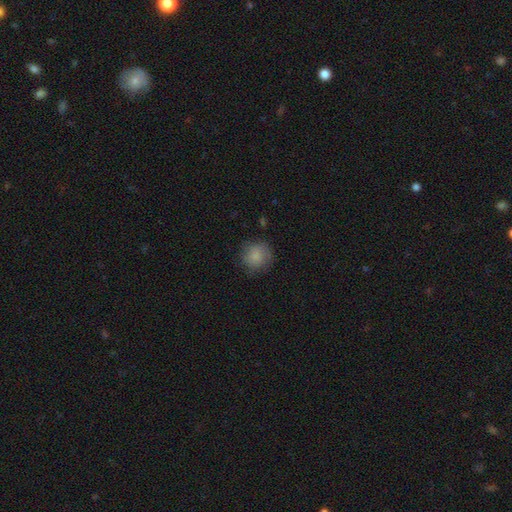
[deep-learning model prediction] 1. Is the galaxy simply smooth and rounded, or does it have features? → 85% smooth, 8% star or artifact, 7% featured or disk.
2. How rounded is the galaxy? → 90% round, 9% in between, 1% cigar-shaped.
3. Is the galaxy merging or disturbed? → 80% none, 15% minor disturbance, 4% major disturbance, 1% merger.